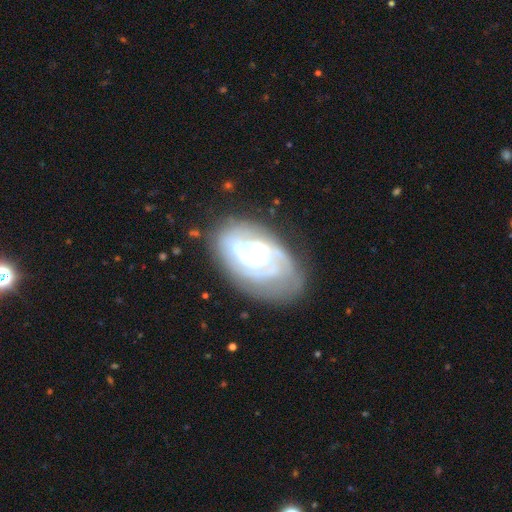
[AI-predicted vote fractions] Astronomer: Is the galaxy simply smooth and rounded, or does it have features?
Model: featured or disk — 82%.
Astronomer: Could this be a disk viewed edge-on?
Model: no — 96%.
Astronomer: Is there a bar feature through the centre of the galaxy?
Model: no — 41% (runner-up: weak, 39%).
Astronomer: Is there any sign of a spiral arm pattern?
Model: yes — 88%.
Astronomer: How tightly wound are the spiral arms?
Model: tight — 64%.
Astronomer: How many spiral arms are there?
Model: can't tell — 37% (runner-up: 2, 30%).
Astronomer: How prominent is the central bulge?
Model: moderate — 47% (runner-up: small, 31%).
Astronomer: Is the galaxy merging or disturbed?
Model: none — 65%.